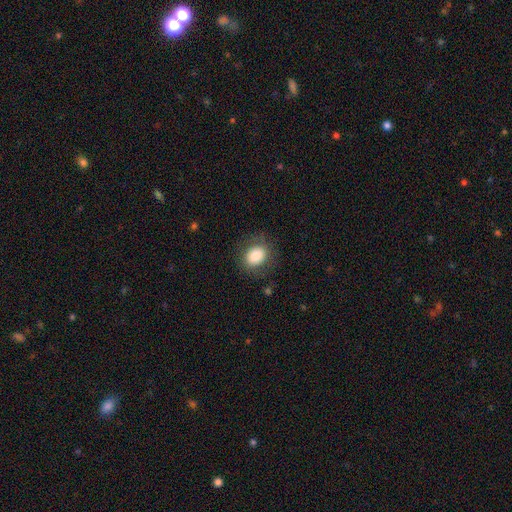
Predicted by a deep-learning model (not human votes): Smooth or featured? Predicted: smooth (p=0.80). How rounded? Predicted: round (p=0.53). Merging? Predicted: none (p=0.81).